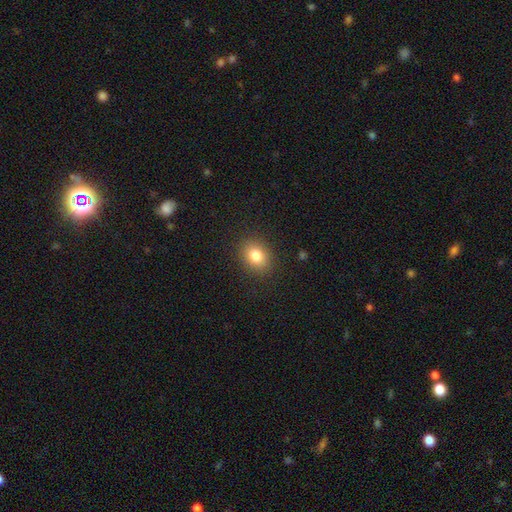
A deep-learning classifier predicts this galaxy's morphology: Smooth or featured?
  - smooth: 82% *
  - star or artifact: 10%
  - featured or disk: 8%
How rounded?
  - in between: 52% *
  - round: 47%
  - cigar-shaped: 1%
Merging?
  - none: 88% *
  - minor disturbance: 8%
  - major disturbance: 3%
  - merger: 1%